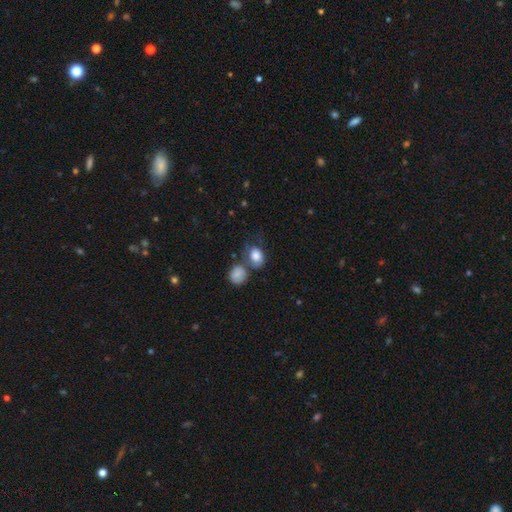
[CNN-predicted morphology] type=smooth (82%); roundness=in between (65%); merging=none (41%).